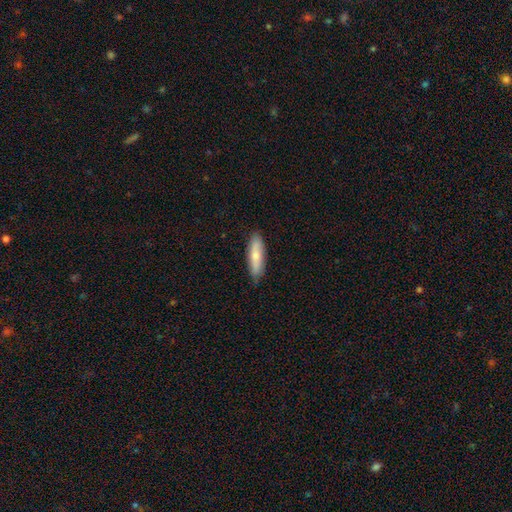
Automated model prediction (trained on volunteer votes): Smooth or featured? smooth (69%)
How rounded? cigar-shaped (57%)
Merging? none (86%)